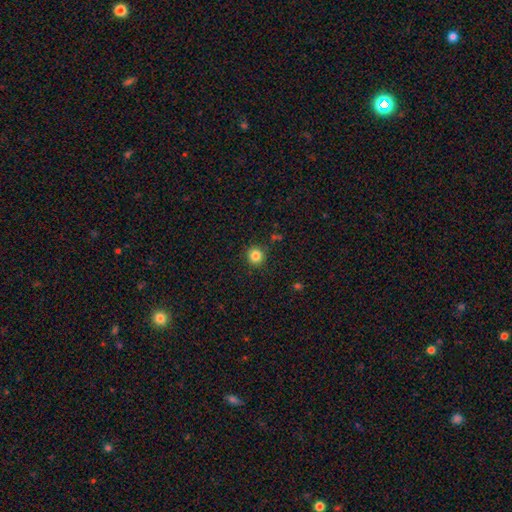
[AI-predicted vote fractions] Smooth or featured? smooth (84%)
How rounded? round (93%)
Merging? none (90%)